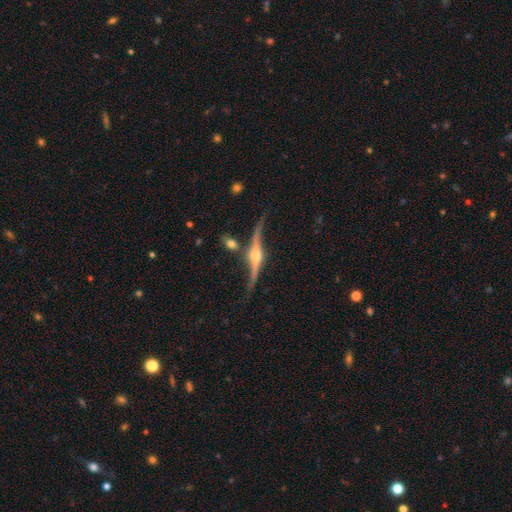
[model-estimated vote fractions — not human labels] Morphology: type=featured or disk (89%); edge-on=yes (87%); edge-on bulge=rounded (93%); merging=none (64%).